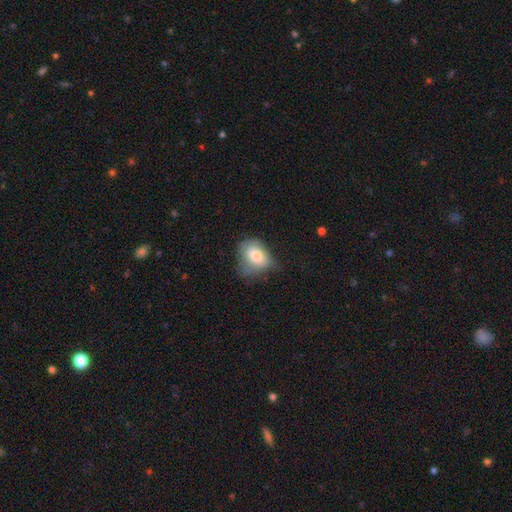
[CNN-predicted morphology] smooth 77%, featured or disk 15%, star or artifact 8%. Down the decision tree: how rounded — in between (75%); merging — minor disturbance (40%).